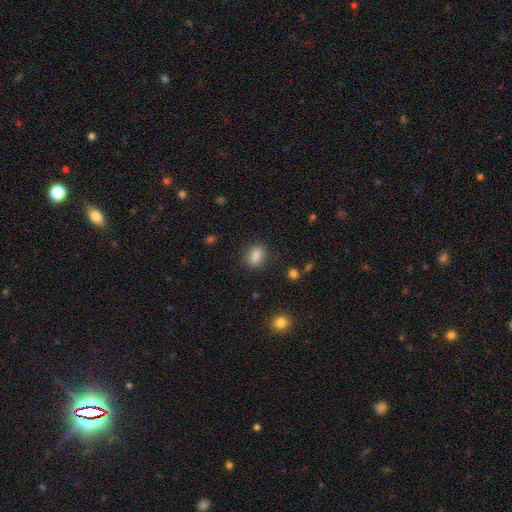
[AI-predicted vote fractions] Smooth or featured: smooth — 86% (star or artifact — 9%)
How rounded: in between — 73% (round — 25%)
Merging: none — 82% (minor disturbance — 12%)